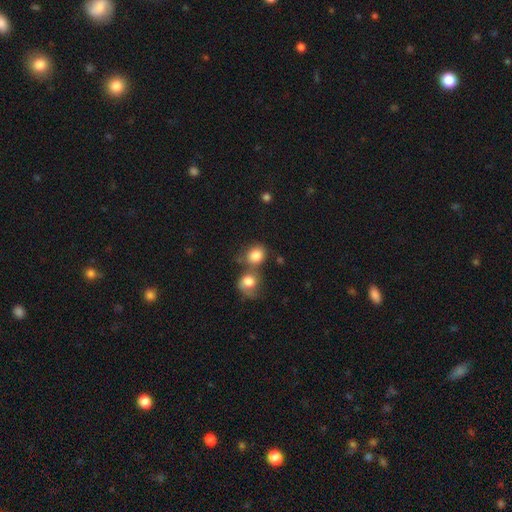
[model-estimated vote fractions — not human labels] smooth-or-featured: smooth: 83% | star or artifact: 9% | featured or disk: 8%
  how-rounded: round: 66% | in between: 33% | cigar-shaped: 1%
  merging: none: 43% | merger: 41% | minor disturbance: 11% | major disturbance: 5%